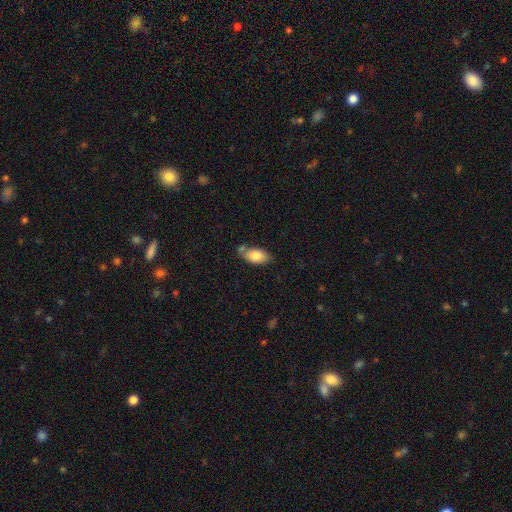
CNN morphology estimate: A smooth galaxy with no disk features (81%) that is in between round and cigar-shaped (92%).

Vote fractions:
- Smooth or featured? smooth: 81% / featured or disk: 12% / star or artifact: 7%
- How rounded? in between: 92% / round: 5% / cigar-shaped: 3%
- Merging? none: 61% / minor disturbance: 19% / merger: 16% / major disturbance: 4%